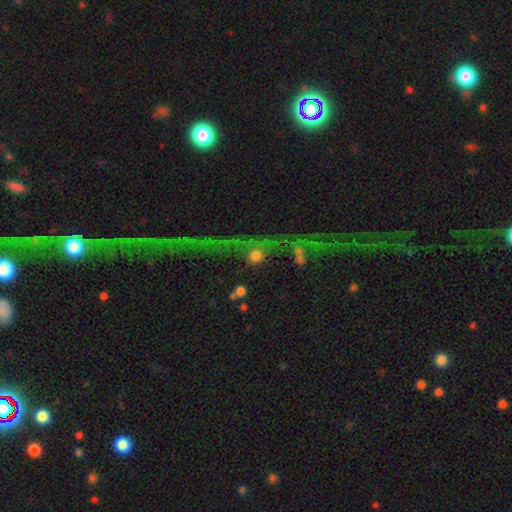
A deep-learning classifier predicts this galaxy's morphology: This is possibly a smooth galaxy (59%). How rounded: clearly round (83%). Merging: marginally none (44%).